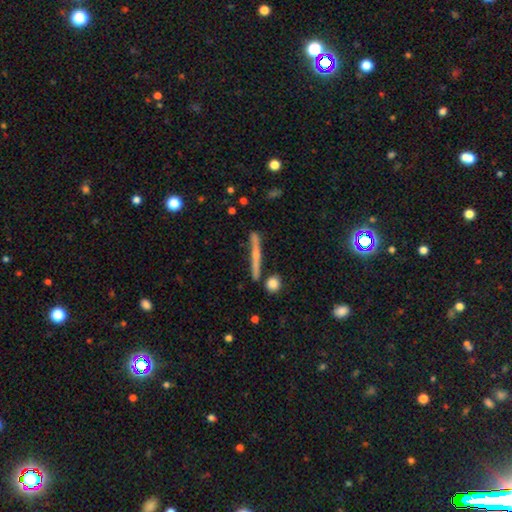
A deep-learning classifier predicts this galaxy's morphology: This appears to be a featured or disk galaxy (56%) viewed edge-on (96%) with no central bulge (47%). Merging: none (82%).